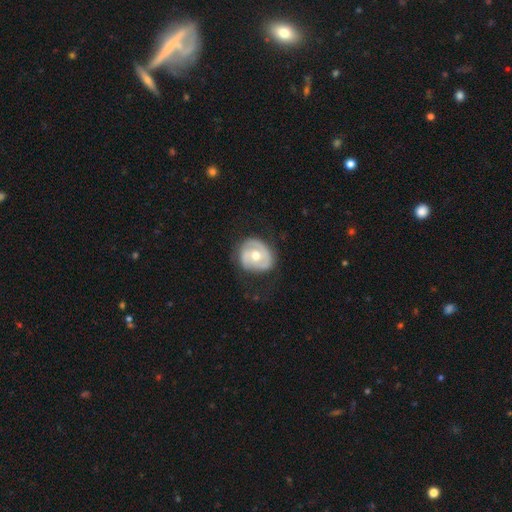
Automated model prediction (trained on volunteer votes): Smooth or featured? featured or disk (67%)
Edge-on disk? no (97%)
Bar? no (70%)
Spiral arms? yes (67%)
Bulge size? moderate (79%)
Merging? none (68%)